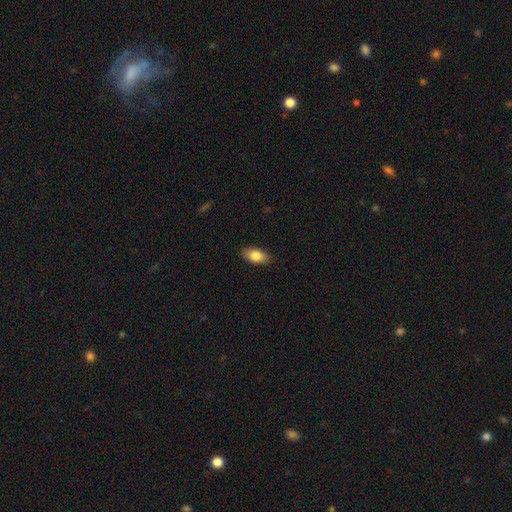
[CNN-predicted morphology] smooth-or-featured: smooth: 83% | featured or disk: 10% | star or artifact: 7%
  how-rounded: in between: 90% | cigar-shaped: 7% | round: 4%
  merging: none: 88% | minor disturbance: 9% | major disturbance: 2% | merger: 1%